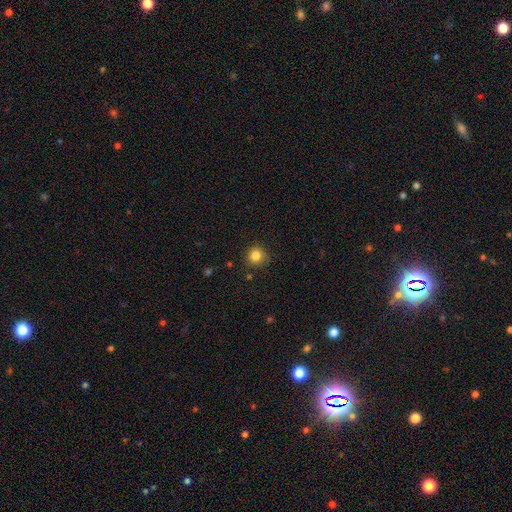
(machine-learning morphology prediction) Smooth or featured? Predicted: smooth (p=0.83). How rounded? Predicted: round (p=0.91). Merging? Predicted: none (p=0.84).